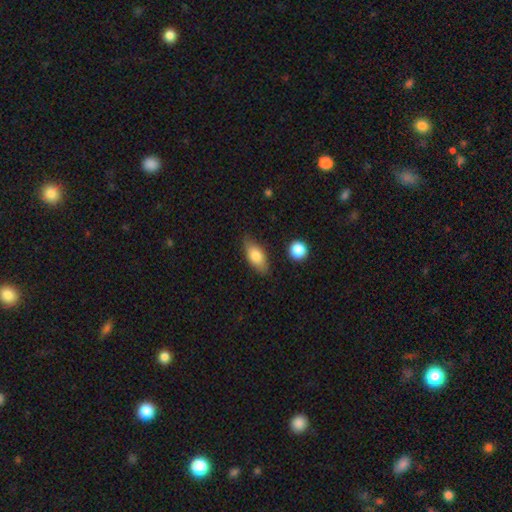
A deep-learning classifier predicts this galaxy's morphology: A smooth galaxy with no disk features (78%) that is in between round and cigar-shaped (84%). Merging: none (78%).